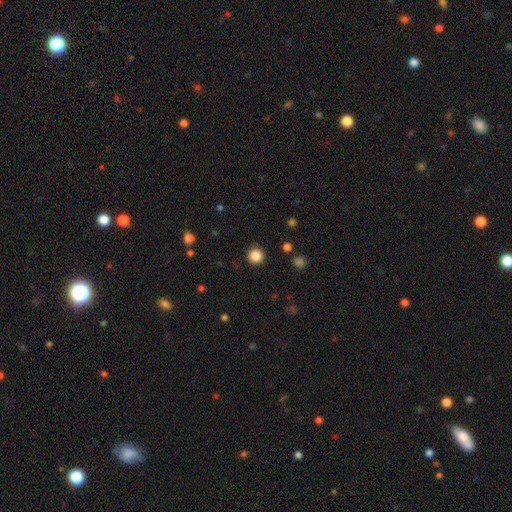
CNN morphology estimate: smooth_or_featured: smooth (p=0.86) [alt: star or artifact p=0.11]
how_rounded: round (p=0.95) [alt: in between p=0.04]
merging: none (p=0.90) [alt: minor disturbance p=0.06]